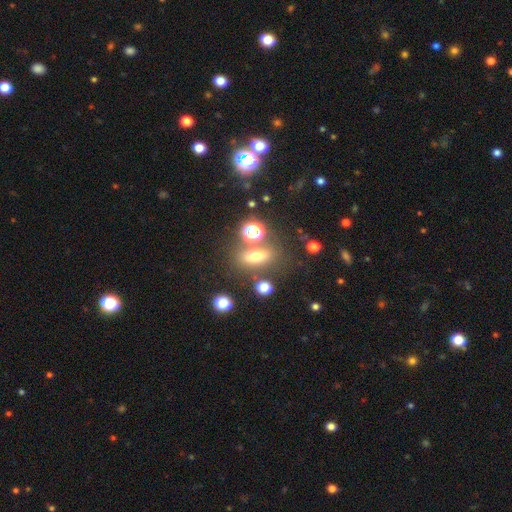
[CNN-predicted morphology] smooth-or-featured: smooth: 62% | star or artifact: 20% | featured or disk: 18%
  how-rounded: in between: 64% | round: 18% | cigar-shaped: 17%
  merging: none: 68% | merger: 13% | minor disturbance: 12% | major disturbance: 6%